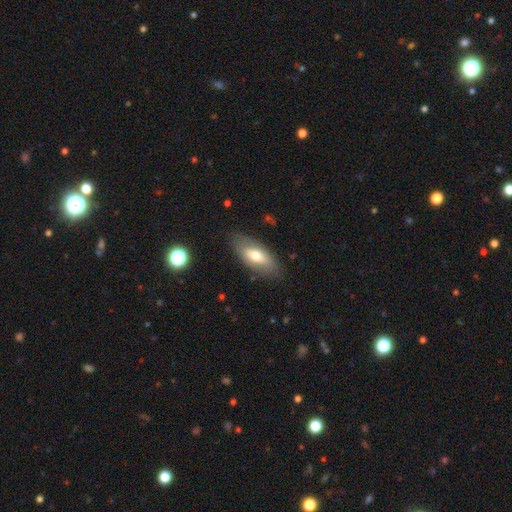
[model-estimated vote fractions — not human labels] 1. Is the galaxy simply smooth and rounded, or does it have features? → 61% smooth, 32% featured or disk, 7% star or artifact.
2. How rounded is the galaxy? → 86% in between, 11% cigar-shaped, 3% round.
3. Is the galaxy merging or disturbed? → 80% none, 15% minor disturbance, 4% major disturbance, 2% merger.